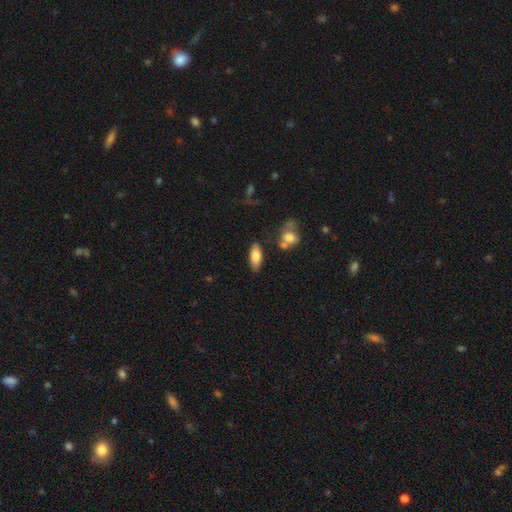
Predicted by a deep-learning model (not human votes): smooth-or-featured: smooth: 81% | featured or disk: 13% | star or artifact: 7%
  how-rounded: in between: 81% | cigar-shaped: 17% | round: 2%
  merging: none: 78% | minor disturbance: 12% | merger: 6% | major disturbance: 3%